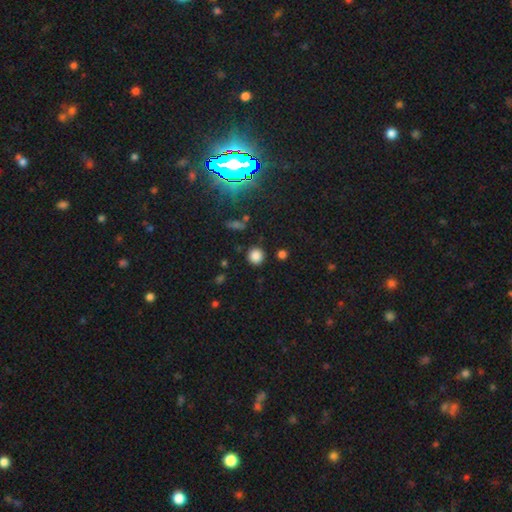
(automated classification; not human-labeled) smooth-or-featured: smooth: 81% | star or artifact: 15% | featured or disk: 4%
  how-rounded: round: 92% | in between: 7% | cigar-shaped: 1%
  merging: none: 88% | minor disturbance: 7% | merger: 3% | major disturbance: 3%